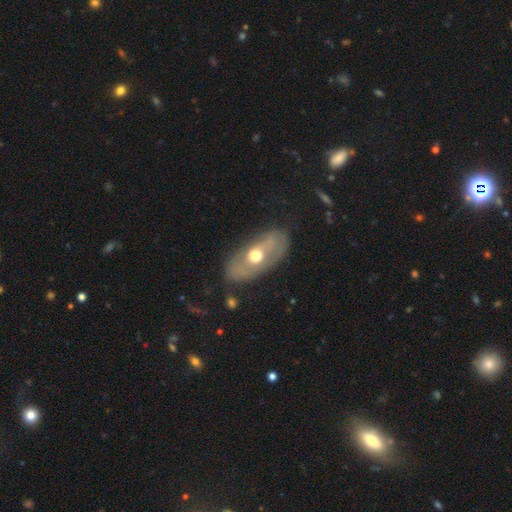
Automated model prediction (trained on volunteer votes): Overall: featured or disk (54%; smooth 39%). Edge-on disk: no (82%). Merging: none (73%).